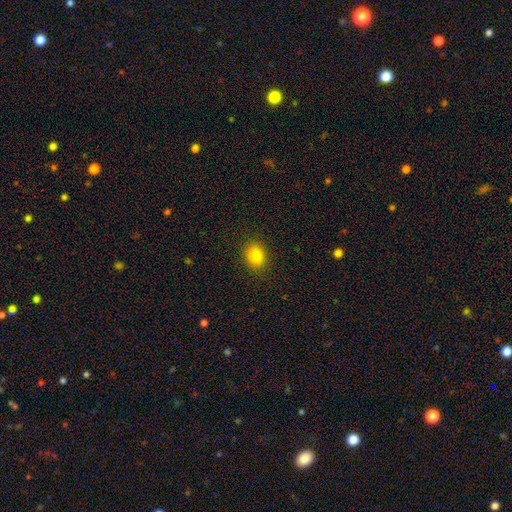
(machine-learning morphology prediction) Smooth or featured?
  - smooth: 83% *
  - star or artifact: 11%
  - featured or disk: 6%
How rounded?
  - in between: 58% *
  - round: 41%
  - cigar-shaped: 1%
Merging?
  - none: 89% *
  - minor disturbance: 8%
  - major disturbance: 2%
  - merger: 1%